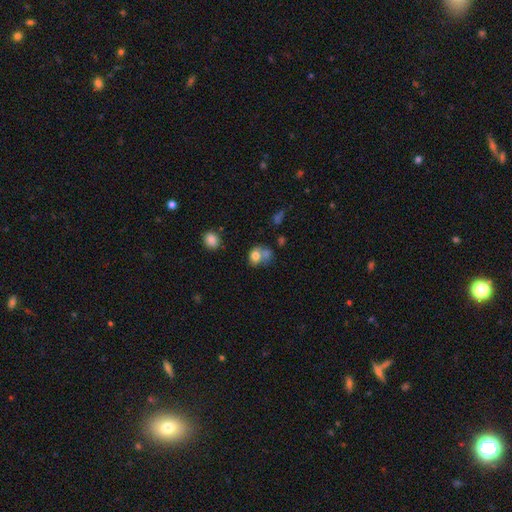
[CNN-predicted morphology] Smooth or featured? smooth (75%)
How rounded? round (55%)
Merging? merger (43%)